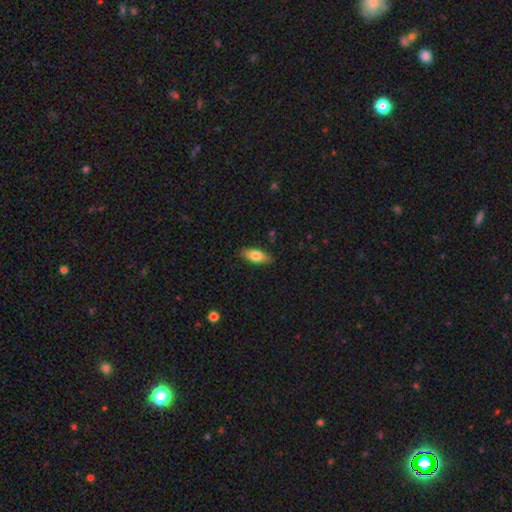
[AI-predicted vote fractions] Overall: smooth (77%). How rounded: in between (81%). Merging: none (85%).